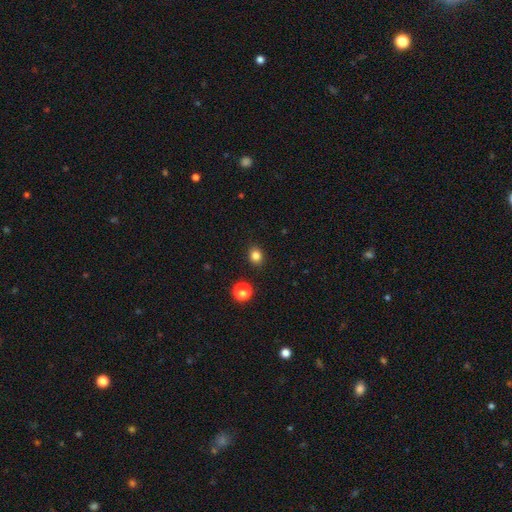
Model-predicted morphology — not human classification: smooth 82%, star or artifact 13%, featured or disk 5%. Down the decision tree: how rounded — round (69%); merging — none (89%).